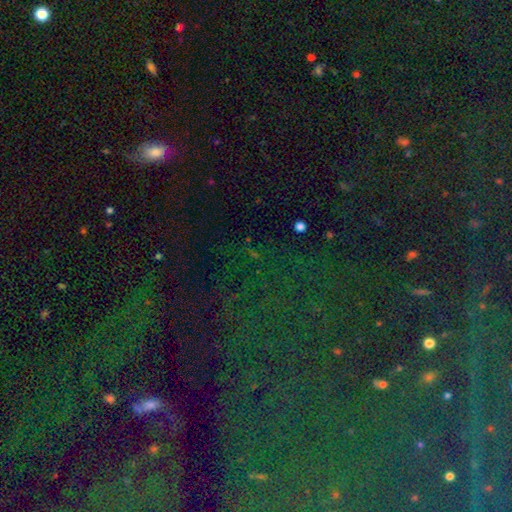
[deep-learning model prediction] Overall: star or artifact (76%).